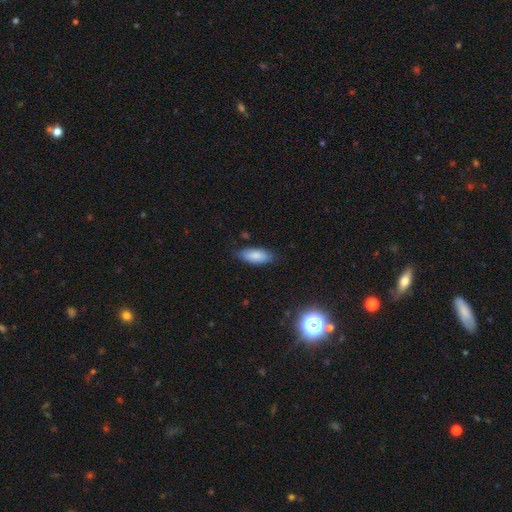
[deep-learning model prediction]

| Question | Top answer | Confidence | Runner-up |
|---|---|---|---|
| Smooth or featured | smooth | 84% | featured or disk (9%) |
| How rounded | in between | 85% | cigar-shaped (13%) |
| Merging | none | 78% | minor disturbance (17%) |